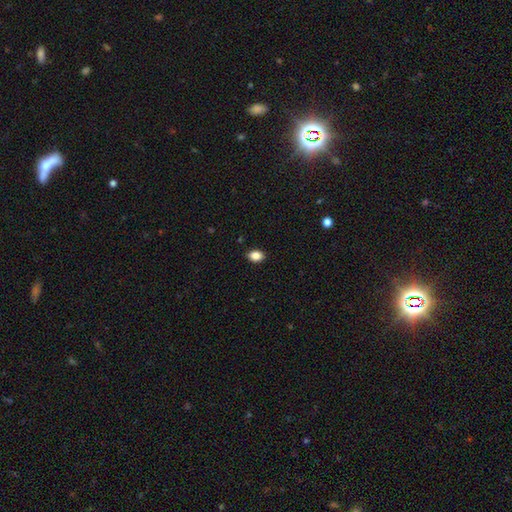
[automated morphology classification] smooth-or-featured: smooth: 86% | star or artifact: 9% | featured or disk: 4%
  how-rounded: in between: 77% | round: 21% | cigar-shaped: 1%
  merging: none: 89% | minor disturbance: 9% | major disturbance: 2% | merger: 1%